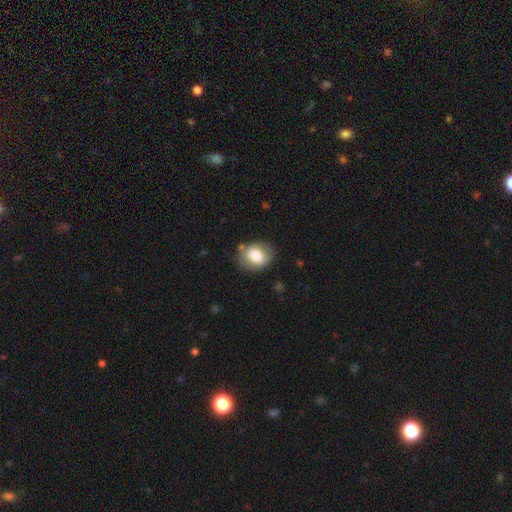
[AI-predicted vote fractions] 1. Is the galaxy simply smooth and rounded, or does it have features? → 72% smooth, 21% featured or disk, 7% star or artifact.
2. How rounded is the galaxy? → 51% round, 48% in between, 1% cigar-shaped.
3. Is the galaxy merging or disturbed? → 74% none, 18% minor disturbance, 6% major disturbance, 3% merger.